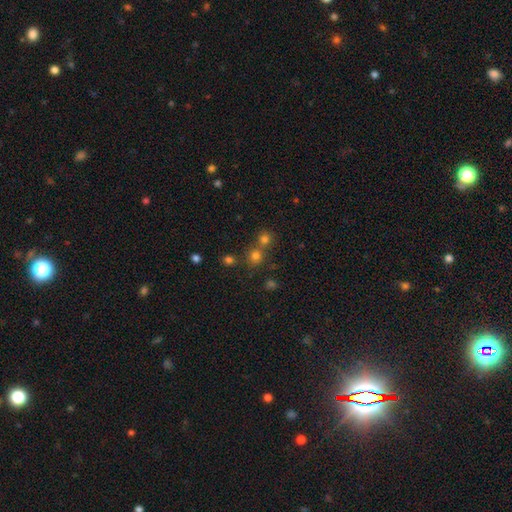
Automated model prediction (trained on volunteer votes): smooth-or-featured: smooth: 69% | star or artifact: 24% | featured or disk: 7%
  how-rounded: round: 88% | in between: 11% | cigar-shaped: 1%
  merging: none: 61% | merger: 31% | minor disturbance: 6% | major disturbance: 3%